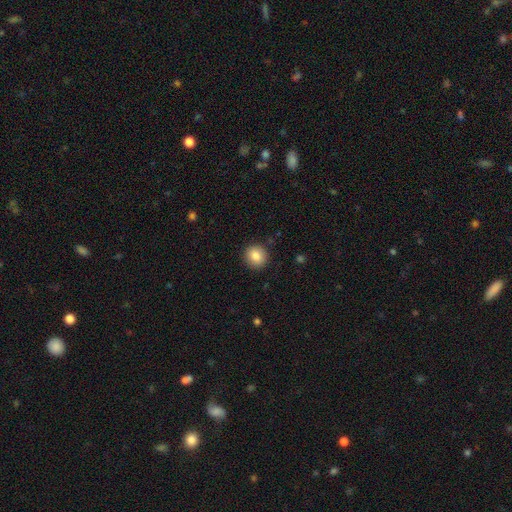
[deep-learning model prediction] Smooth or featured?
  - smooth: 85% *
  - star or artifact: 9%
  - featured or disk: 6%
How rounded?
  - round: 90% *
  - in between: 9%
  - cigar-shaped: 1%
Merging?
  - none: 90% *
  - minor disturbance: 6%
  - major disturbance: 2%
  - merger: 1%